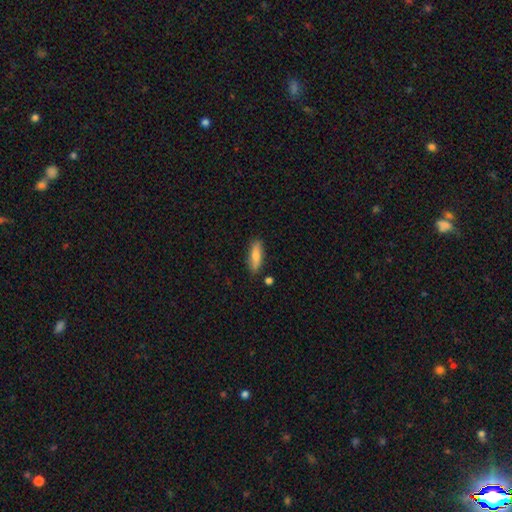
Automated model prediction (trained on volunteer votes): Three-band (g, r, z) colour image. It shows a smooth galaxy with no disk features (73%) that is cigar-shaped (54%). Merging: none (83%).